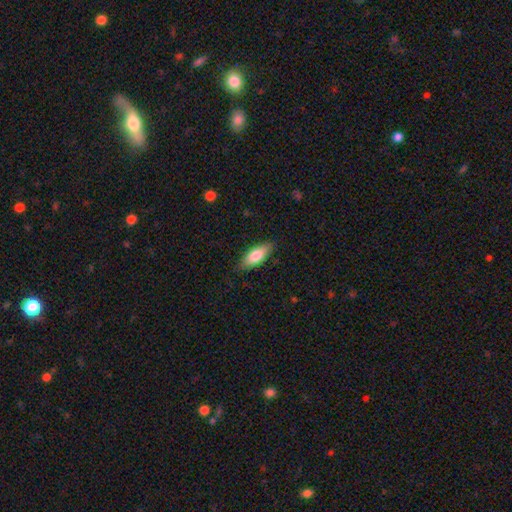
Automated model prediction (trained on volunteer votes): The model was most divided on "how rounded": in between: 72%, cigar-shaped: 26%, round: 2%. More confident: merging — none (83%); smooth or featured — smooth (76%).